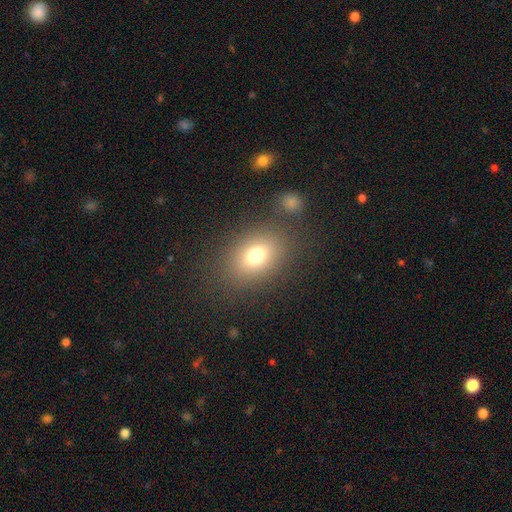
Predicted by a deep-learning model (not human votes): The model was most divided on "how rounded": in between: 71%, round: 28%, cigar-shaped: 1%. More confident: merging — none (77%); smooth or featured — smooth (75%).